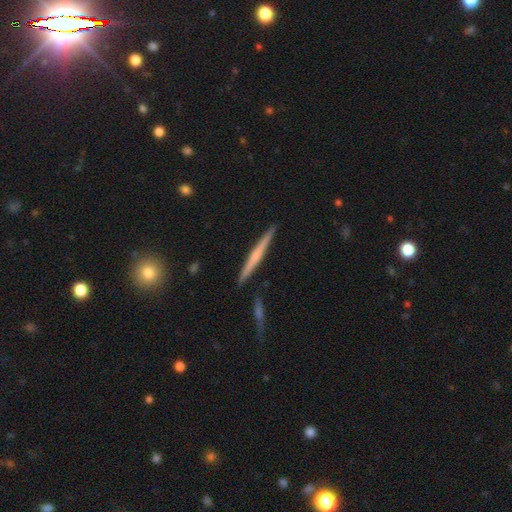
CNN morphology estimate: Overall: featured or disk (52%; smooth 42%). Edge-on disk: yes (97%). Edge-on bulge: none (64%; rounded 27%). Merging: none (90%).